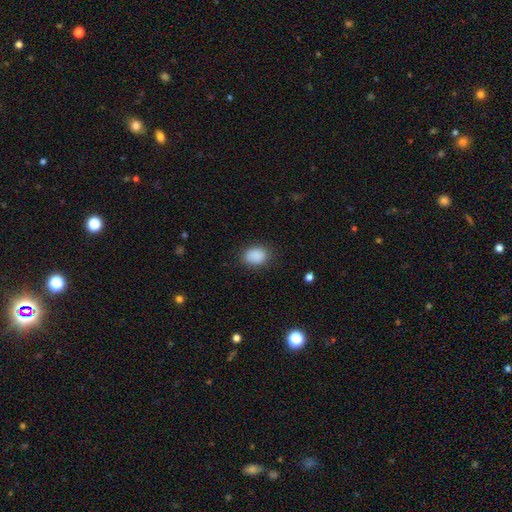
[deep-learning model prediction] smooth 88%, star or artifact 9%, featured or disk 3%. Down the decision tree: how rounded — in between (64%); merging — none (84%).